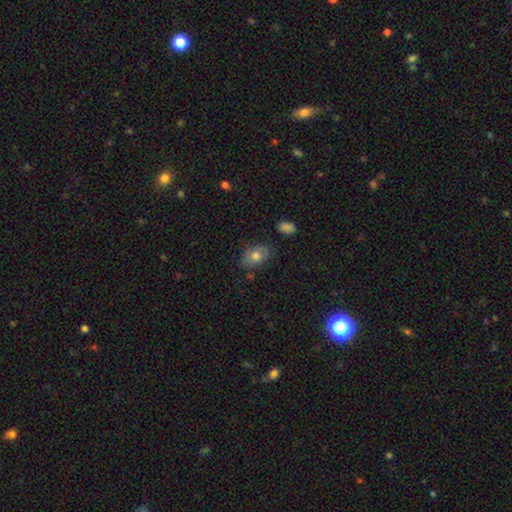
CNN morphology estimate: Q: Smooth or featured?
A: smooth (69%); runner-up: featured or disk (22%)
Q: How rounded?
A: in between (82%); runner-up: round (17%)
Q: Merging?
A: none (74%); runner-up: minor disturbance (19%)